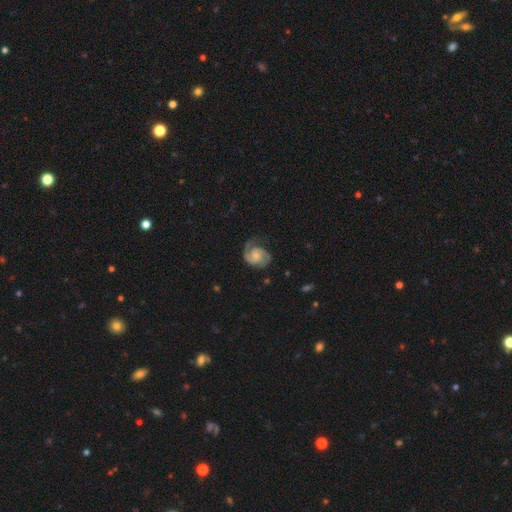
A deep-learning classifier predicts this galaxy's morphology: A featured or disk galaxy (83%) with no bar (65%), 2 (81%) medium (44%) spiral arms (97%) and a small central bulge (38%).

Vote fractions:
- Smooth or featured? featured or disk: 83% / smooth: 12% / star or artifact: 5%
- Edge-on disk? no: 98% / yes: 2%
- Bar? no: 65% / weak: 30% / strong: 5%
- Spiral arms? yes: 97% / no: 3%
- Spiral winding? medium: 44% / tight: 42% / loose: 14%
- Spiral arm count? 2: 81% / 1: 9% / can't tell: 5% / 3: 3% / 4: 1% / more than 4: 1%
- Bulge size? small: 38% / moderate: 29% / none: 24% / large: 7% / dominant: 2%
- Merging? none: 64% / minor disturbance: 22% / major disturbance: 13% / merger: 2%